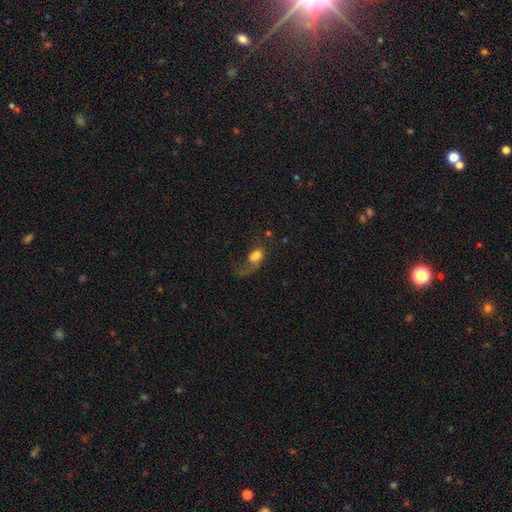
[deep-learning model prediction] This appears to be a smooth galaxy with no disk features (62%) that is in between round and cigar-shaped (77%). Merging: major disturbance (53%).